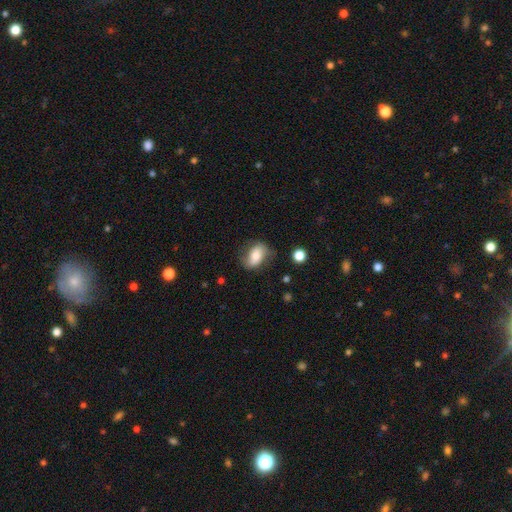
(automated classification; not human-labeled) A smooth galaxy with no disk features (65%) that is in between round and cigar-shaped (82%). Merging: none (68%).